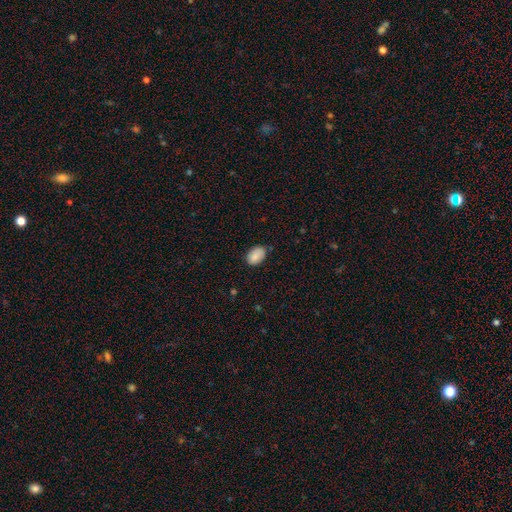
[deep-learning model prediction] The model was most divided on "merging": none: 77%, minor disturbance: 18%, major disturbance: 3%, merger: 1%. More confident: smooth or featured — smooth (88%); how rounded — in between (86%).